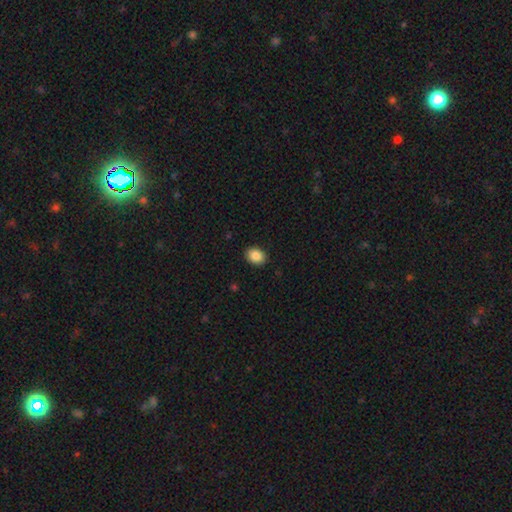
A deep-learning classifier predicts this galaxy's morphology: The model was most divided on "how rounded": in between: 65%, round: 34%, cigar-shaped: 1%. More confident: merging — none (90%); smooth or featured — smooth (88%).